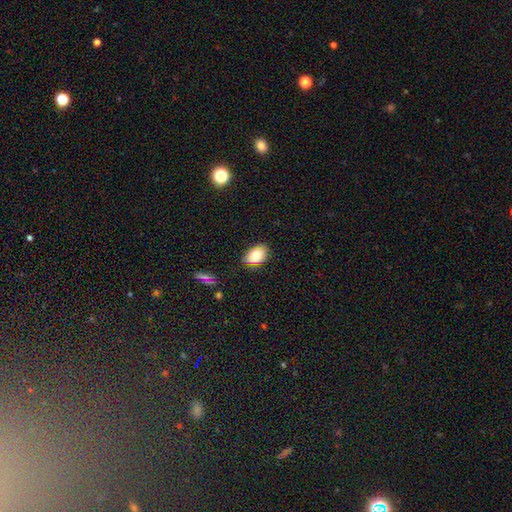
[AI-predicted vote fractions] Smooth or featured? smooth (76%)
How rounded? in between (83%)
Merging? none (73%)